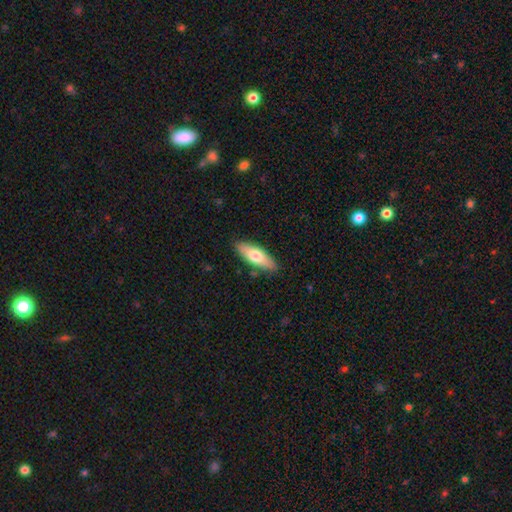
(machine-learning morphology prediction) Smooth or featured? Predicted: smooth (p=0.67). How rounded? Predicted: in between (p=0.61). Merging? Predicted: none (p=0.86).